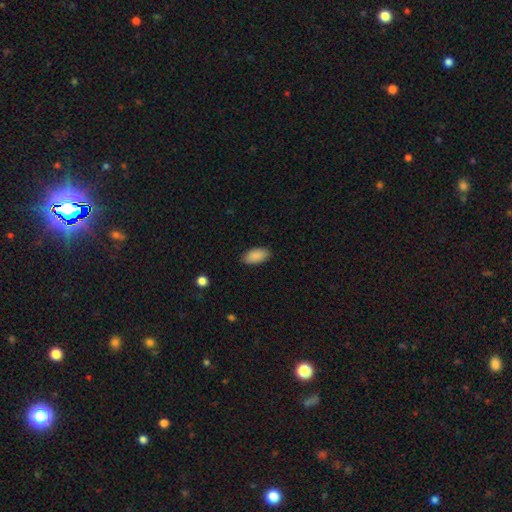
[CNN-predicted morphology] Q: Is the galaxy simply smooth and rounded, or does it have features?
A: smooth — 89%.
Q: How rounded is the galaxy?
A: in between — 94%.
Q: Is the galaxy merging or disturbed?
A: none — 86%.